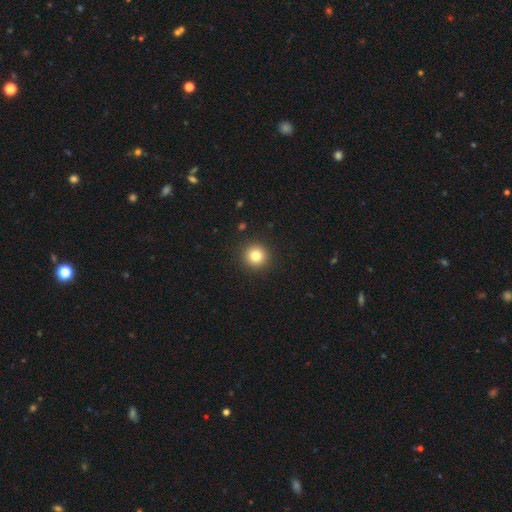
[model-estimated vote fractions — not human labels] smooth-or-featured: smooth: 81% | star or artifact: 12% | featured or disk: 7%
  how-rounded: round: 95% | in between: 4% | cigar-shaped: 1%
  merging: none: 92% | minor disturbance: 5% | major disturbance: 2% | merger: 1%